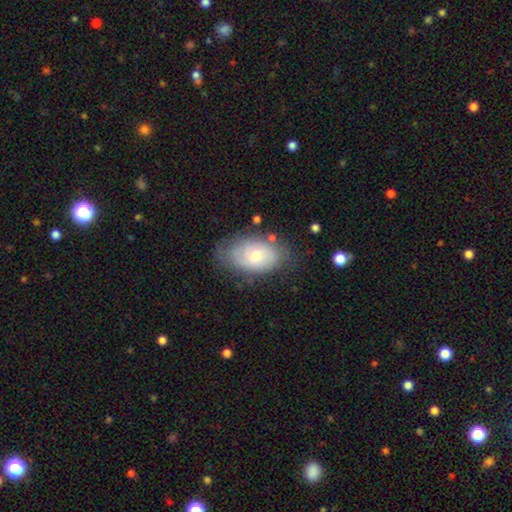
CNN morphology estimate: This appears to be a smooth galaxy with no disk features (49%). Merging: none (65%).